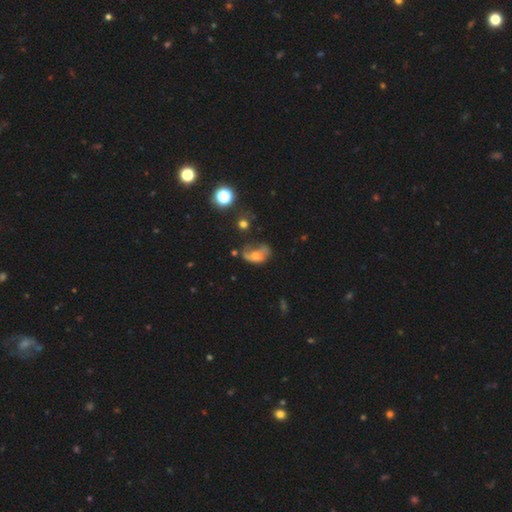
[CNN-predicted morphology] Q: Smooth or featured?
A: smooth (48%); runner-up: featured or disk (37%)
Q: Merging?
A: major disturbance (42%); runner-up: minor disturbance (25%)